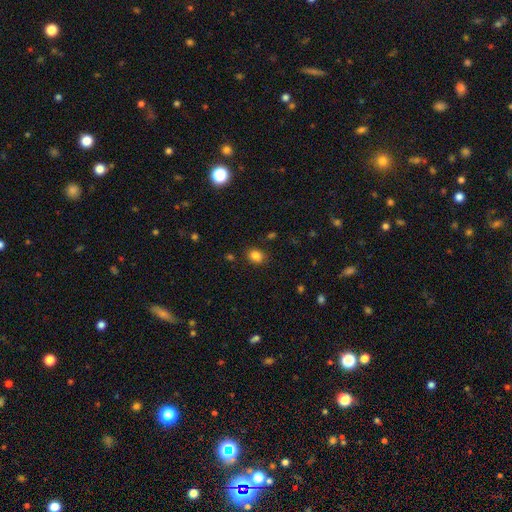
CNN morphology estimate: This is clearly a smooth galaxy (83%). How rounded: possibly in between (56%). Merging: clearly none (84%).